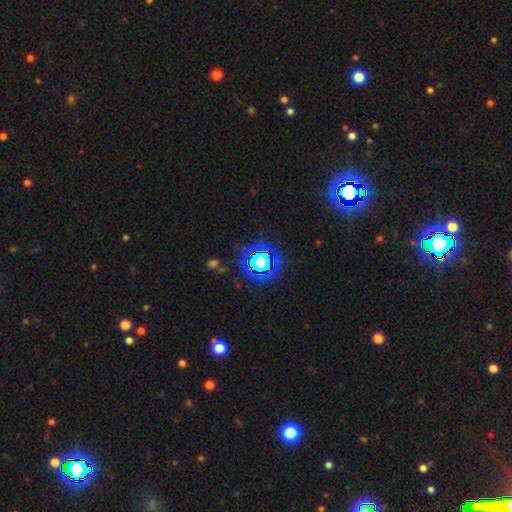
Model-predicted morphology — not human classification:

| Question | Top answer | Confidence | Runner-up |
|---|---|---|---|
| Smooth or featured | star or artifact | 77% | smooth (15%) |